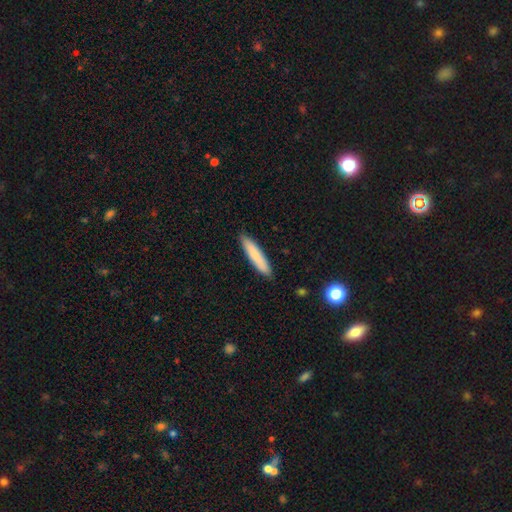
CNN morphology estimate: smooth 81%, featured or disk 13%, star or artifact 6%. Down the decision tree: how rounded — cigar-shaped (87%); merging — none (88%).